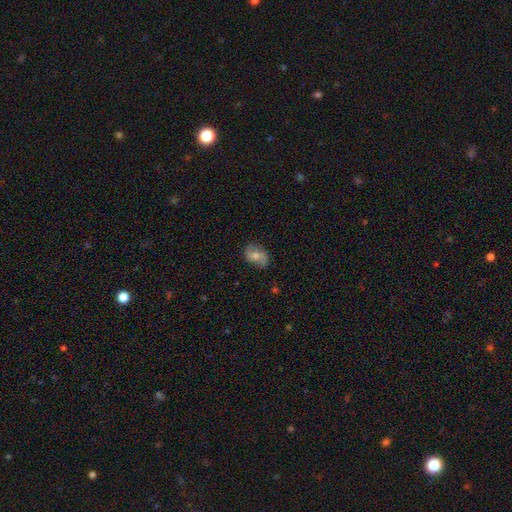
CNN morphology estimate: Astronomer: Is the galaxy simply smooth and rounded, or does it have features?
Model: featured or disk — 50% (runner-up: smooth, 40%).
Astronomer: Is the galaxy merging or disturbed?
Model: none — 78%.